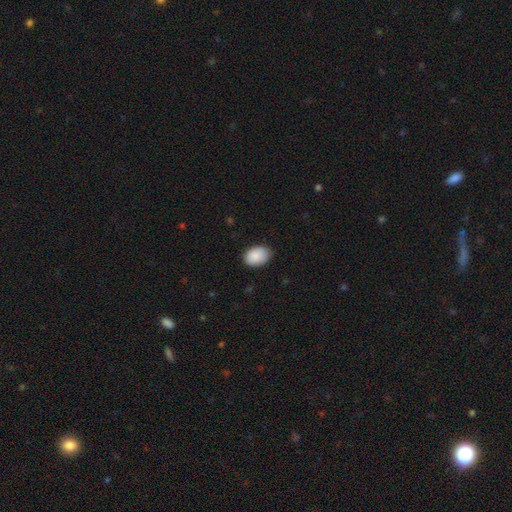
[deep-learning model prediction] A smooth galaxy with no disk features (89%) that is in between round and cigar-shaped (84%).

Vote fractions:
- Smooth or featured? smooth: 89% / star or artifact: 7% / featured or disk: 4%
- How rounded? in between: 84% / round: 15% / cigar-shaped: 1%
- Merging? none: 83% / minor disturbance: 14% / major disturbance: 2% / merger: 1%